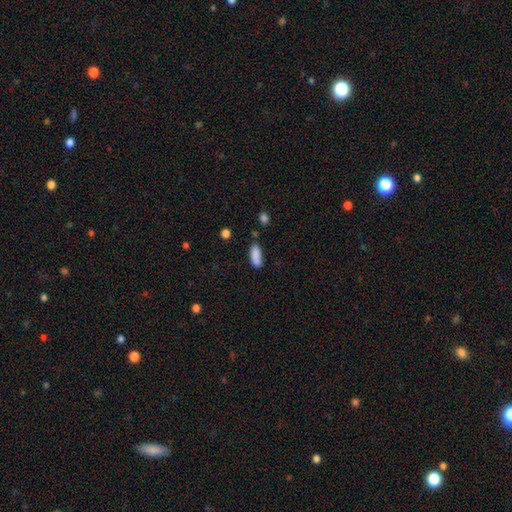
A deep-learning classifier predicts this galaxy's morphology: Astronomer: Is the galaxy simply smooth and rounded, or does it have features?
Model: smooth — 88%.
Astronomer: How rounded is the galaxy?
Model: in between — 69%.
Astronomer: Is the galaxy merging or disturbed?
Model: none — 76%.